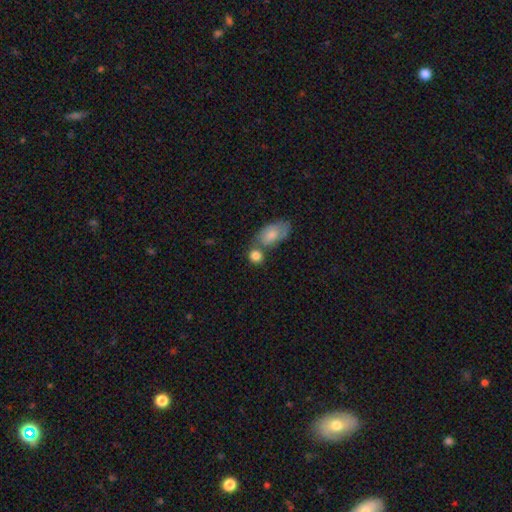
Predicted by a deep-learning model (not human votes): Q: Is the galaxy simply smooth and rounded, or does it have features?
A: smooth — 83%.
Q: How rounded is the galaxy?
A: round — 65%.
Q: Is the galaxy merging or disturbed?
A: none — 50%.